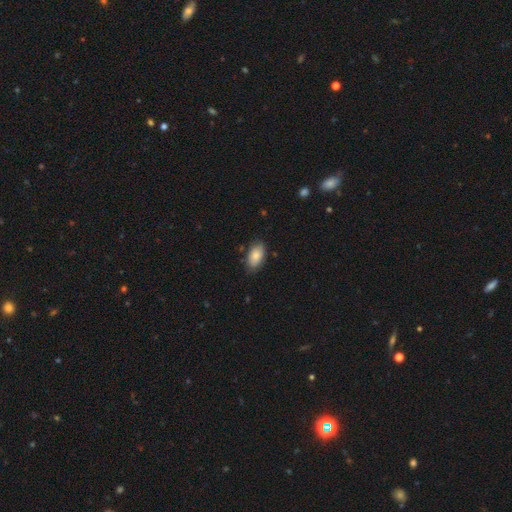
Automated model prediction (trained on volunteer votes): This is clearly a smooth galaxy (83%). How rounded: clearly in between (94%). Merging: likely none (78%).